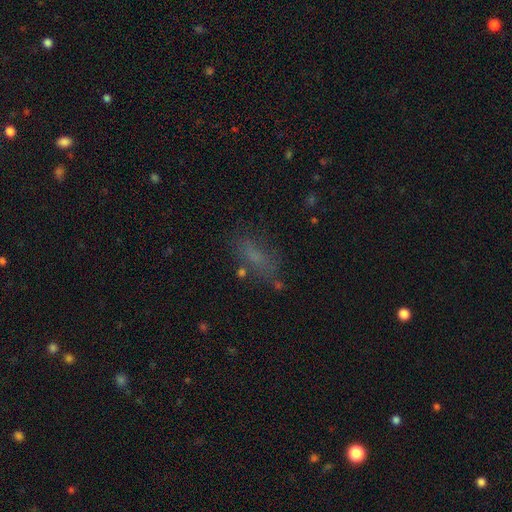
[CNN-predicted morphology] Q: Smooth or featured?
A: smooth (61%); runner-up: star or artifact (20%)
Q: How rounded?
A: in between (67%); runner-up: cigar-shaped (27%)
Q: Merging?
A: none (60%); runner-up: minor disturbance (20%)